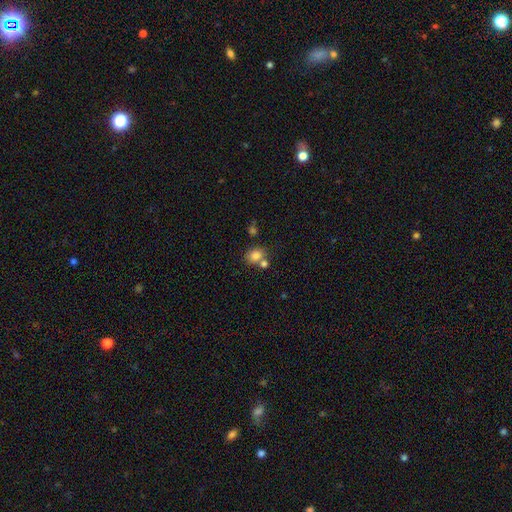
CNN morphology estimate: The model was most divided on "how rounded": round: 58%, in between: 41%, cigar-shaped: 1%. More confident: smooth or featured — smooth (81%); merging — none (56%).